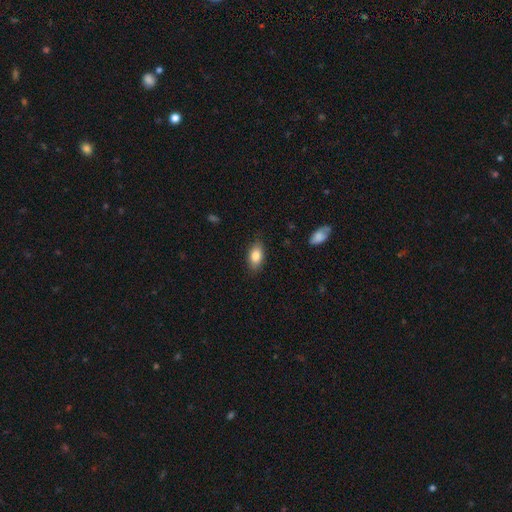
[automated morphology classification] Smooth or featured: smooth — 84% (featured or disk — 10%)
How rounded: in between — 90% (round — 6%)
Merging: none — 84% (minor disturbance — 13%)